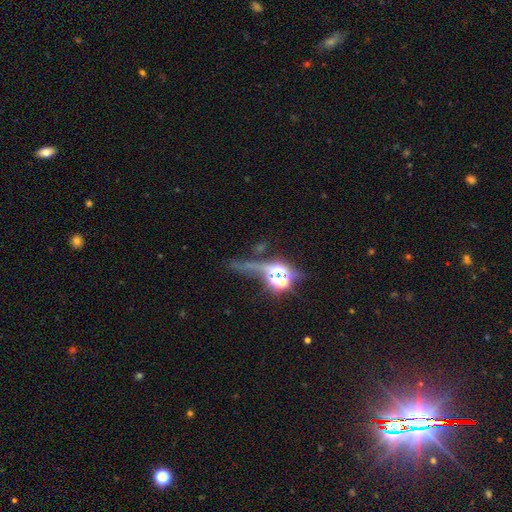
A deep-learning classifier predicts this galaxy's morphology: This is likely a star or artifact rather than a galaxy (62%).